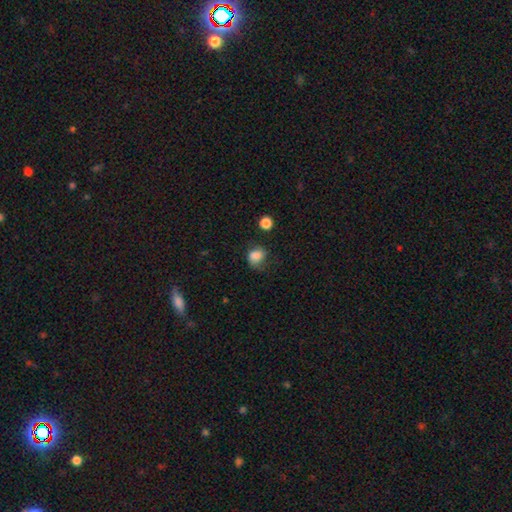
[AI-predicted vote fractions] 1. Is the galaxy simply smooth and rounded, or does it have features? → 80% smooth, 11% star or artifact, 10% featured or disk.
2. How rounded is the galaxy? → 51% round, 48% in between, 1% cigar-shaped.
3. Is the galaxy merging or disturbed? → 52% none, 29% minor disturbance, 14% major disturbance, 5% merger.